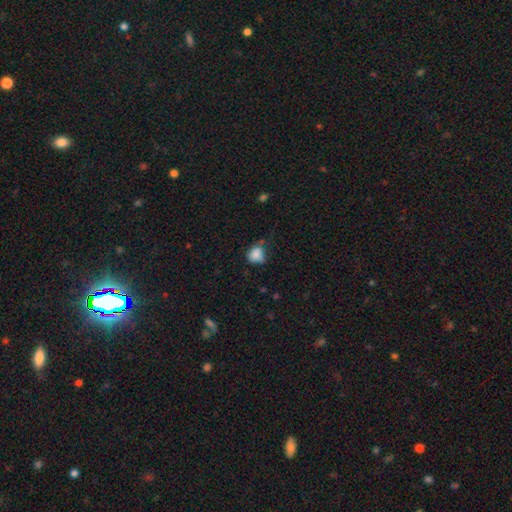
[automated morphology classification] The model was most divided on "merging": none: 47%, minor disturbance: 35%, major disturbance: 12%, merger: 5%. More confident: smooth or featured — smooth (83%); how rounded — round (65%).